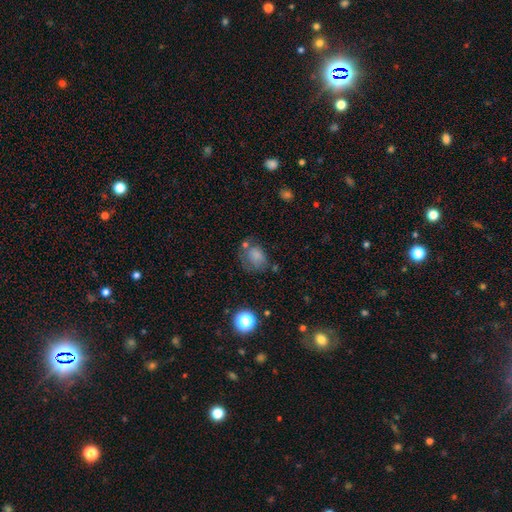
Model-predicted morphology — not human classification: smooth-or-featured: smooth: 73% | featured or disk: 14% | star or artifact: 13%
  how-rounded: in between: 52% | round: 47% | cigar-shaped: 1%
  merging: none: 44% | minor disturbance: 26% | major disturbance: 17% | merger: 13%